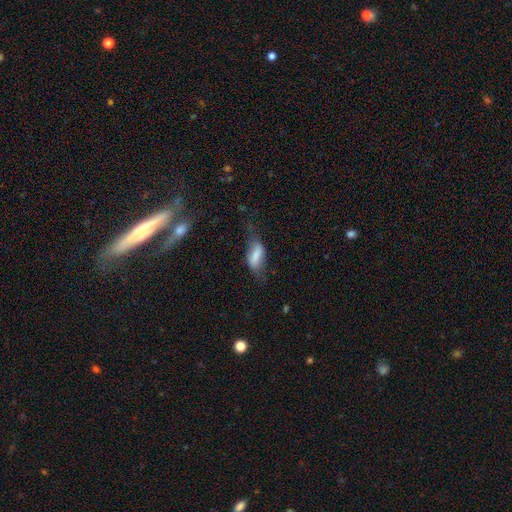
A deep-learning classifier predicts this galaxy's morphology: Smooth or featured?
  - smooth: 62% *
  - featured or disk: 30%
  - star or artifact: 8%
How rounded?
  - in between: 78% *
  - cigar-shaped: 19%
  - round: 4%
Merging?
  - none: 40% *
  - minor disturbance: 31%
  - major disturbance: 26%
  - merger: 3%